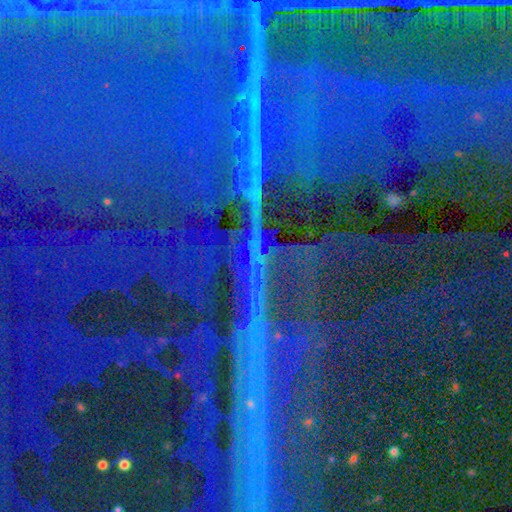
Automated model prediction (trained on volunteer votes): This appears to be a star or artifact, not a galaxy (89%).